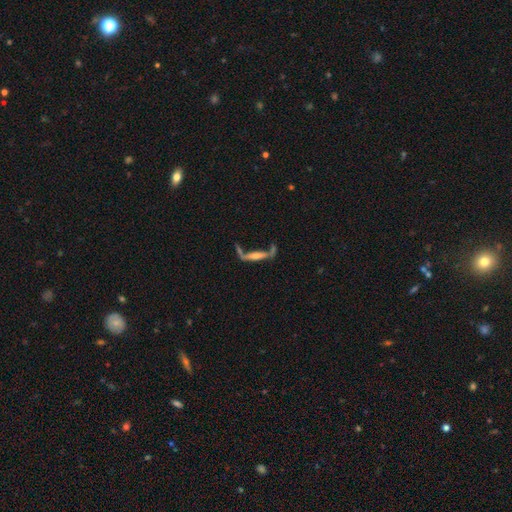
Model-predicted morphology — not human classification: This appears to be a featured or disk galaxy (64%) viewed edge-on (78%). Merging: none (43%).